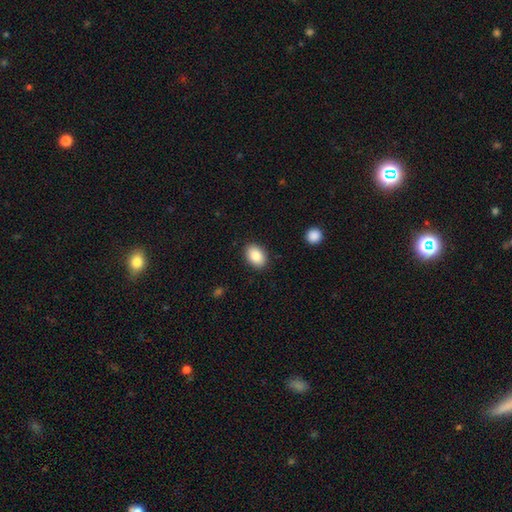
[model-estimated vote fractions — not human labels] Overall: smooth (88%). How rounded: in between (83%). Merging: none (89%).